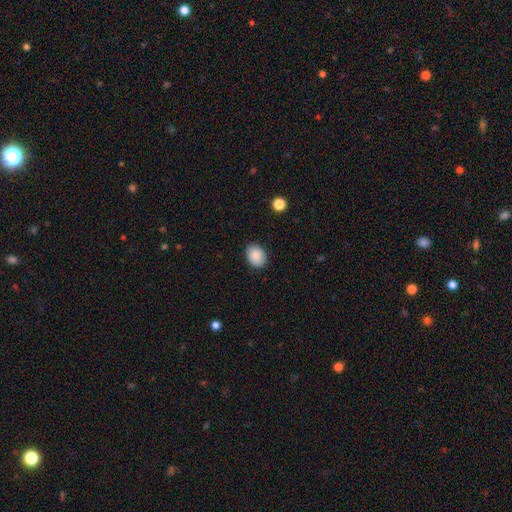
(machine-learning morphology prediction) Smooth or featured? Predicted: smooth (p=0.88). How rounded? Predicted: in between (p=0.66). Merging? Predicted: none (p=0.87).